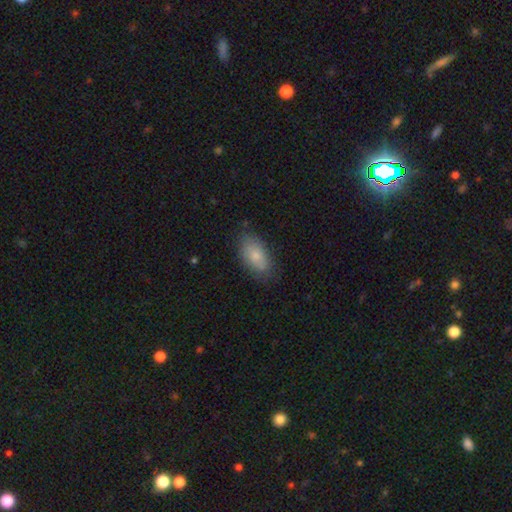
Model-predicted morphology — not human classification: Q: Smooth or featured?
A: smooth (78%); runner-up: featured or disk (15%)
Q: How rounded?
A: in between (92%); runner-up: round (5%)
Q: Merging?
A: none (76%); runner-up: minor disturbance (18%)